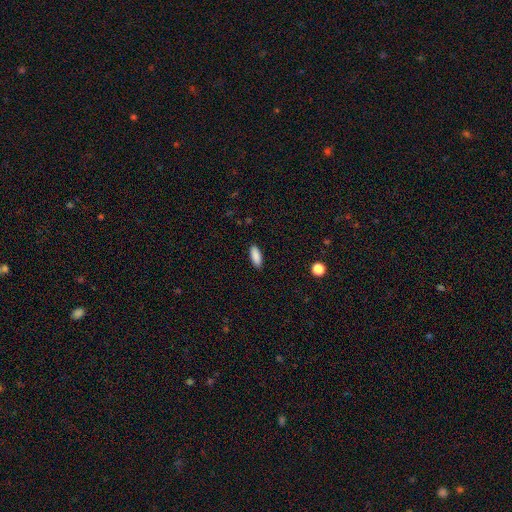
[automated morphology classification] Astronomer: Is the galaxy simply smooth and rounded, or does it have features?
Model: smooth — 89%.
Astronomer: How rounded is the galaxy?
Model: in between — 70%.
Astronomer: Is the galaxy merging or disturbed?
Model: none — 89%.